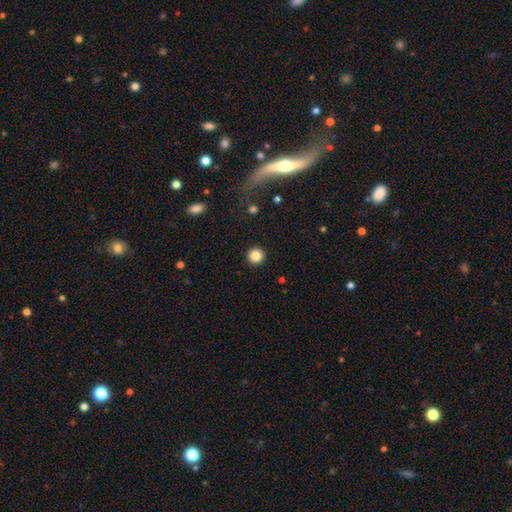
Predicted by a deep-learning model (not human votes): Morphology: type=smooth (85%); roundness=round (96%); merging=none (93%).